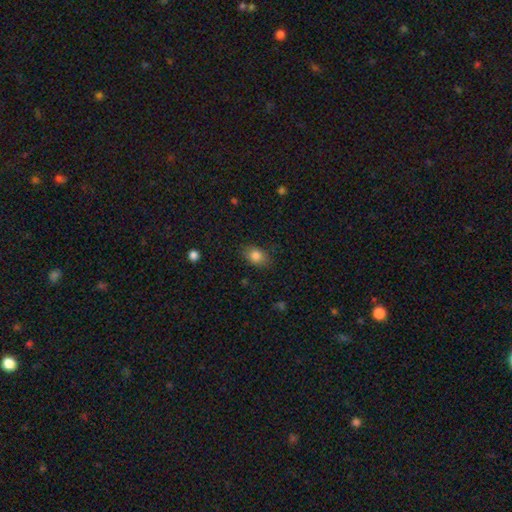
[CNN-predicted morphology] This appears to be a smooth galaxy with no disk features (83%) that is in between round and cigar-shaped (77%). Merging: none (83%).